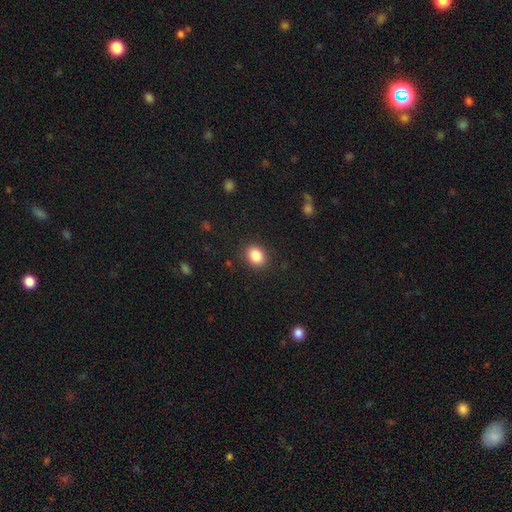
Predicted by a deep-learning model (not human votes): Smooth or featured? Predicted: smooth (p=0.86). How rounded? Predicted: in between (p=0.51). Merging? Predicted: none (p=0.89).